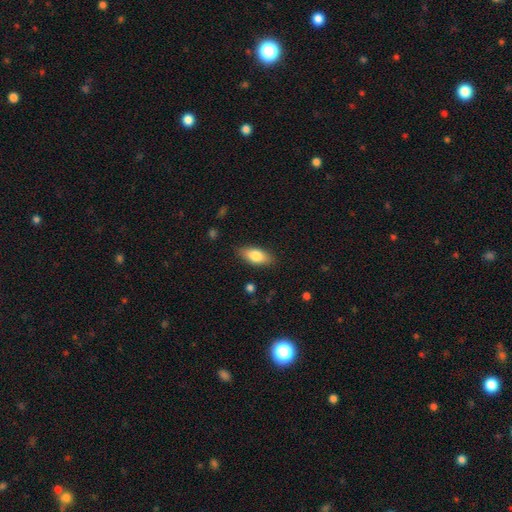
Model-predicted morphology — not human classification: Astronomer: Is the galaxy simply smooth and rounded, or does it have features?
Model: smooth — 79%.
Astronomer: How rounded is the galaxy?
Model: in between — 85%.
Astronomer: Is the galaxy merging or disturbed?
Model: none — 86%.